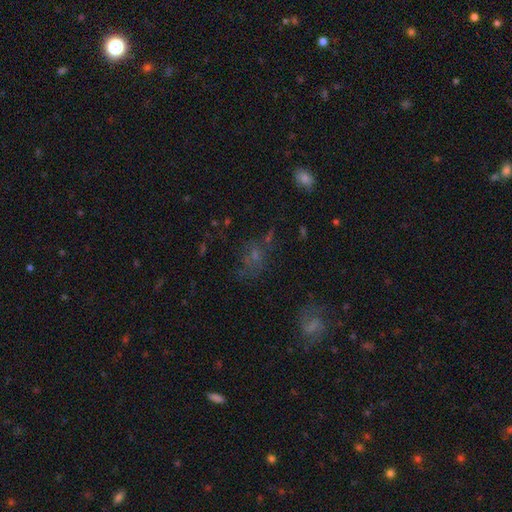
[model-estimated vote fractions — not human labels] Smooth or featured?
  - star or artifact: 40% *
  - smooth: 33%
  - featured or disk: 27%